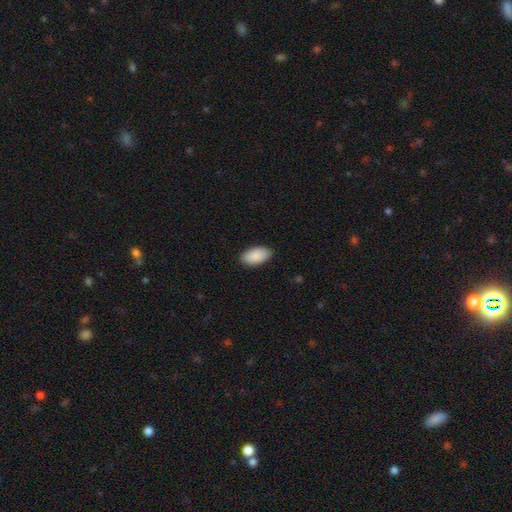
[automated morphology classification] Q: Smooth or featured?
A: smooth (91%); runner-up: star or artifact (6%)
Q: How rounded?
A: in between (96%); runner-up: round (2%)
Q: Merging?
A: none (88%); runner-up: minor disturbance (9%)